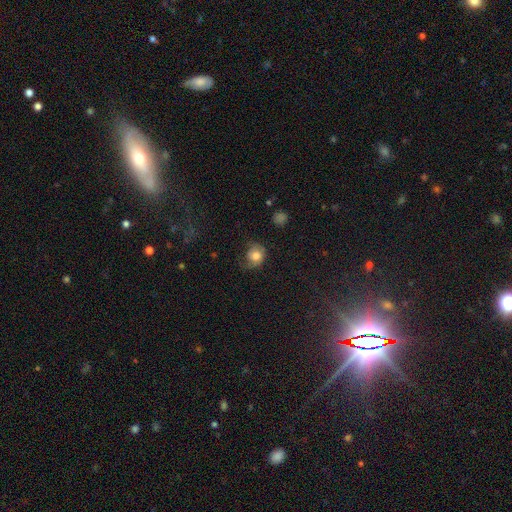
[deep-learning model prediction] The model was most divided on "merging": none: 40%, minor disturbance: 30%, major disturbance: 27%, merger: 2%. More confident: smooth or featured — smooth (73%); how rounded — round (71%).